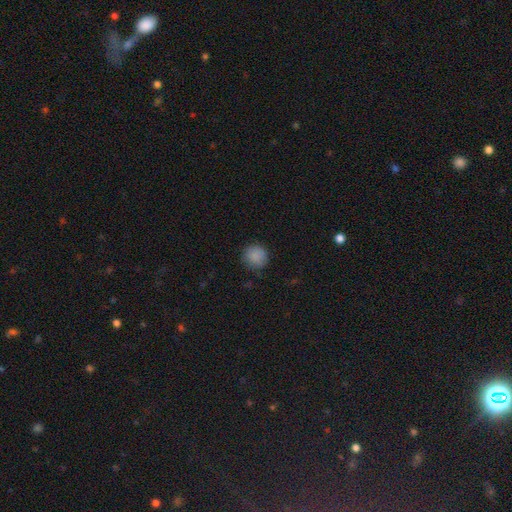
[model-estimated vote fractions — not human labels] Smooth or featured? Predicted: smooth (p=0.87). How rounded? Predicted: round (p=0.90). Merging? Predicted: none (p=0.81).